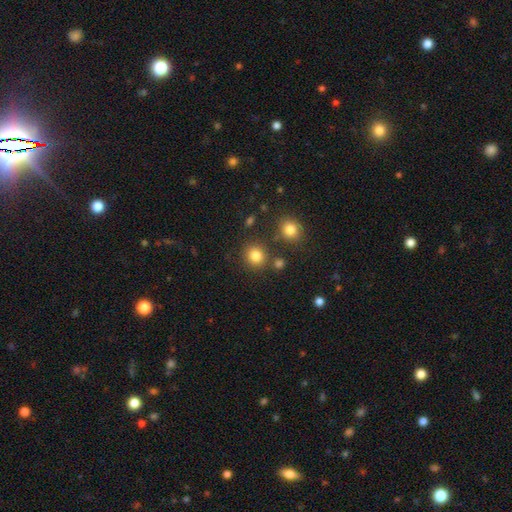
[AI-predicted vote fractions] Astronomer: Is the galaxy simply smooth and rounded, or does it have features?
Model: smooth — 82%.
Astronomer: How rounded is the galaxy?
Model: round — 86%.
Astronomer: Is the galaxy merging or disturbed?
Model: none — 82%.